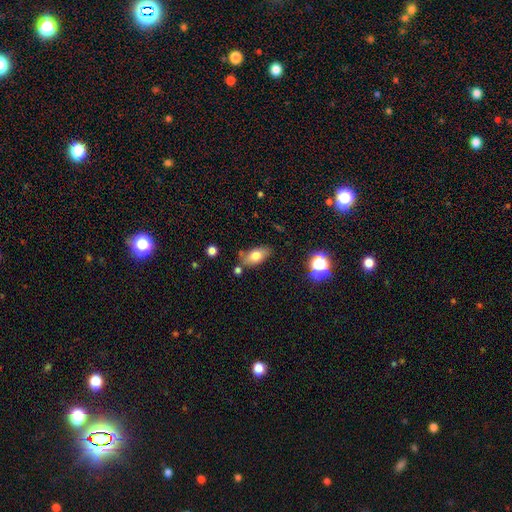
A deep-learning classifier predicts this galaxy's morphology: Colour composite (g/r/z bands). It shows a smooth galaxy with no disk features (74%) that is in between round and cigar-shaped (87%). Merging: none (69%).